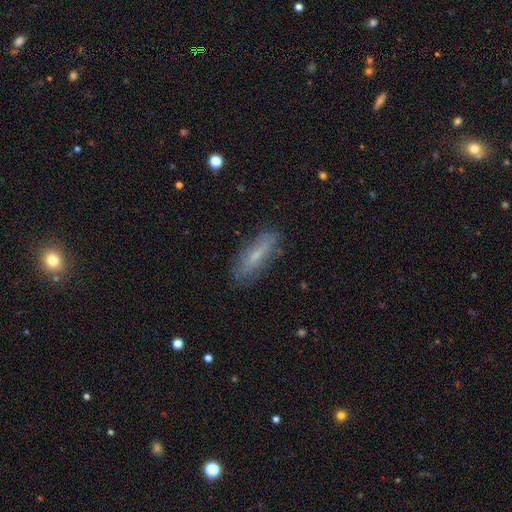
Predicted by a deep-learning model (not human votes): smooth-or-featured: smooth: 53% | featured or disk: 39% | star or artifact: 8%
  how-rounded: cigar-shaped: 55% | in between: 43% | round: 2%
  merging: none: 78% | minor disturbance: 16% | major disturbance: 4% | merger: 1%